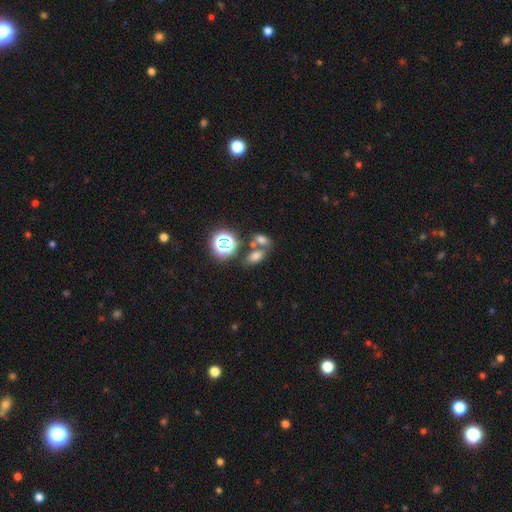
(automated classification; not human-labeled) Overall: smooth (66%). How rounded: in between (81%). Merging: none (52%; merger 33%).